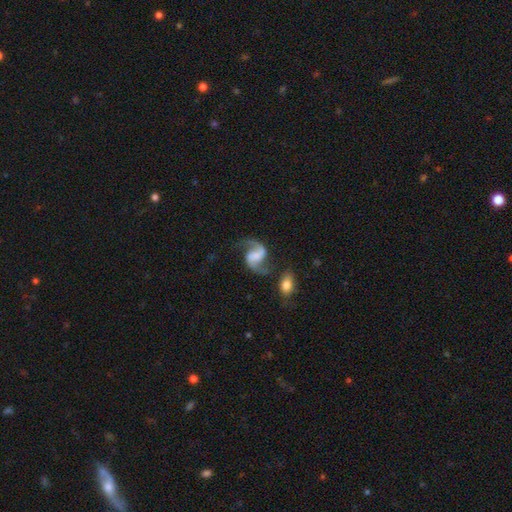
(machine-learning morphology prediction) type=featured or disk (89%); edge-on=no (98%); bar=weak (41%); spiral arms=yes (97%); winding=loose (54%); arm count=2 (93%); bulge=none (42%); merging=none (67%).